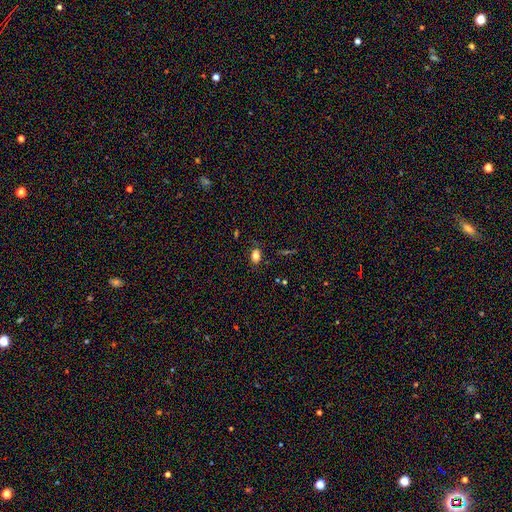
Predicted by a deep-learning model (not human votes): A smooth galaxy with no disk features (78%) that is in between round and cigar-shaped (78%). Merging: none (81%).